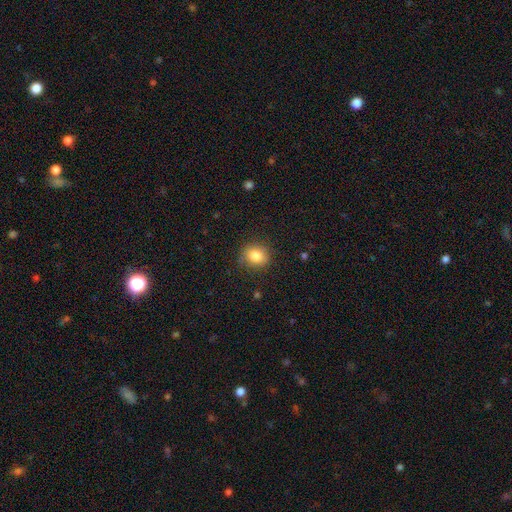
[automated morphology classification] Overall: smooth (83%). How rounded: round (74%). Merging: none (83%).